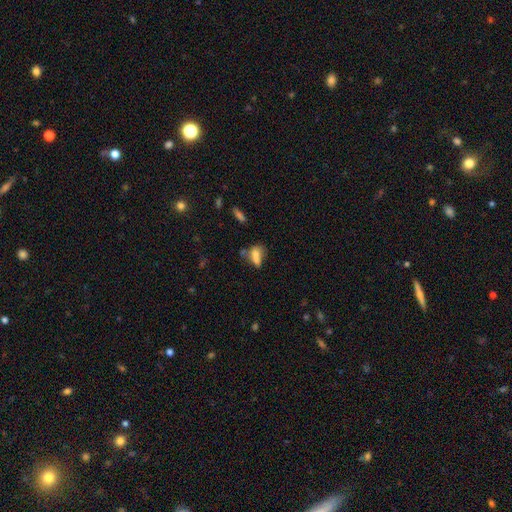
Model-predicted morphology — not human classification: This appears to be a smooth galaxy with no disk features (69%) that is in between round and cigar-shaped (72%). Merging: merger (34%).